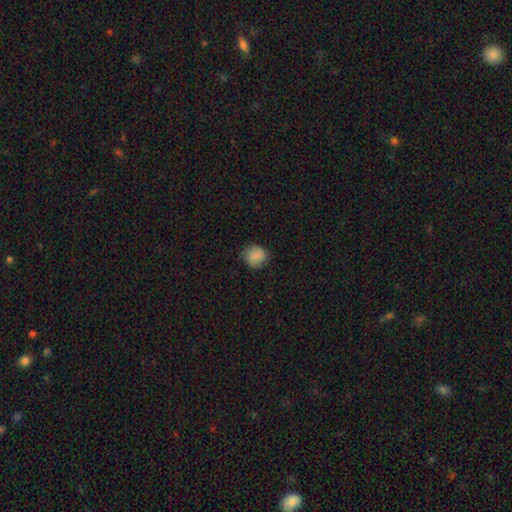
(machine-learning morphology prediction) smooth-or-featured: smooth: 84% | star or artifact: 8% | featured or disk: 8%
  how-rounded: round: 80% | in between: 19% | cigar-shaped: 1%
  merging: none: 78% | minor disturbance: 17% | major disturbance: 4% | merger: 1%